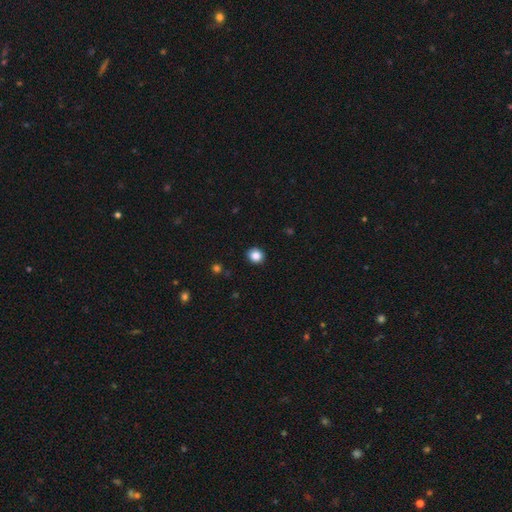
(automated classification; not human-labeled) Smooth or featured? smooth (85%)
How rounded? round (81%)
Merging? none (91%)